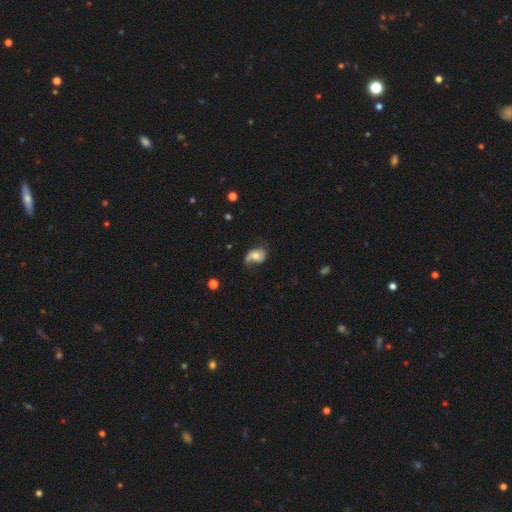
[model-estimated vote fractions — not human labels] A featured or disk galaxy (59%) with no bar (69%), spiral arms (87%) and a moderate central bulge (55%).

Vote fractions:
- Smooth or featured? featured or disk: 59% / smooth: 33% / star or artifact: 8%
- Edge-on disk? no: 96% / yes: 4%
- Bar? no: 69% / weak: 25% / strong: 6%
- Spiral arms? yes: 87% / no: 13%
- Bulge size? moderate: 55% / small: 31% / large: 8% / none: 4% / dominant: 2%
- Merging? none: 45% / minor disturbance: 31% / major disturbance: 21% / merger: 3%